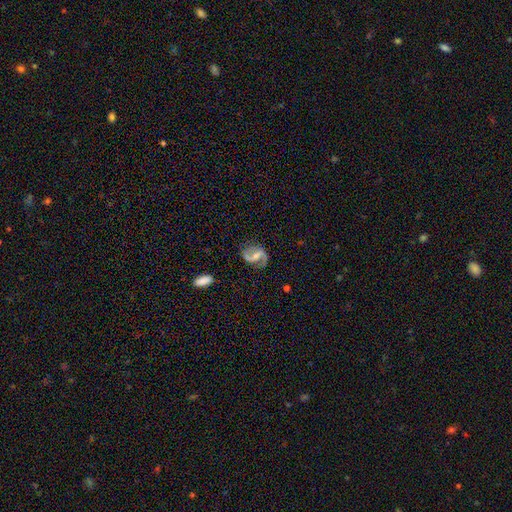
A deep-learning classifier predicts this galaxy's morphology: Q: Smooth or featured?
A: featured or disk (87%); runner-up: smooth (7%)
Q: Edge-on disk?
A: no (98%); runner-up: yes (2%)
Q: Bar?
A: weak (44%); runner-up: strong (37%)
Q: Spiral arms?
A: yes (96%); runner-up: no (4%)
Q: Spiral winding?
A: medium (51%); runner-up: loose (32%)
Q: Spiral arm count?
A: 2 (92%); runner-up: 1 (2%)
Q: Bulge size?
A: moderate (46%); runner-up: small (44%)
Q: Merging?
A: none (80%); runner-up: minor disturbance (13%)